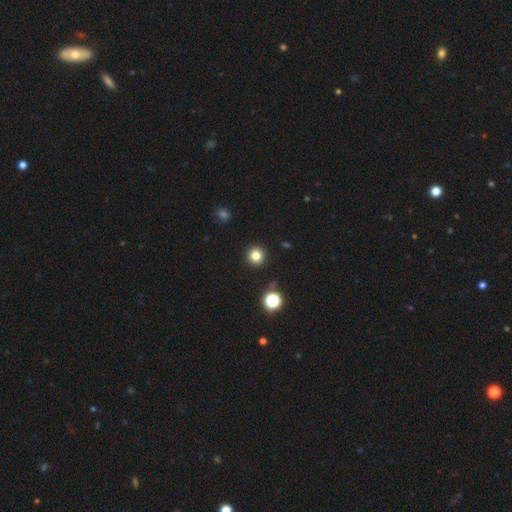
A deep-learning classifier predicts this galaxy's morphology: Smooth or featured? Predicted: smooth (p=0.81). How rounded? Predicted: round (p=0.95). Merging? Predicted: none (p=0.92).